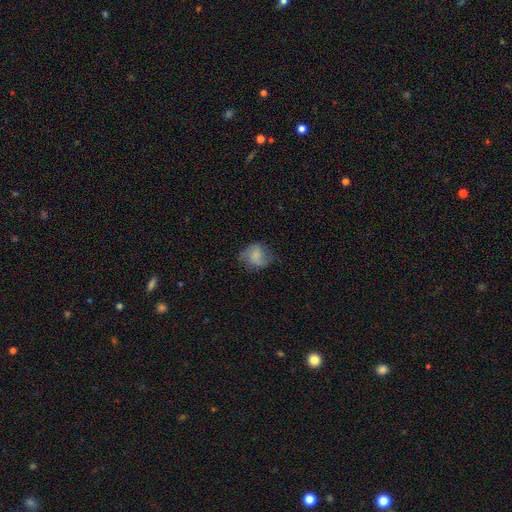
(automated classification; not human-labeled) Smooth or featured? Predicted: smooth (p=0.49). Merging? Predicted: none (p=0.62).